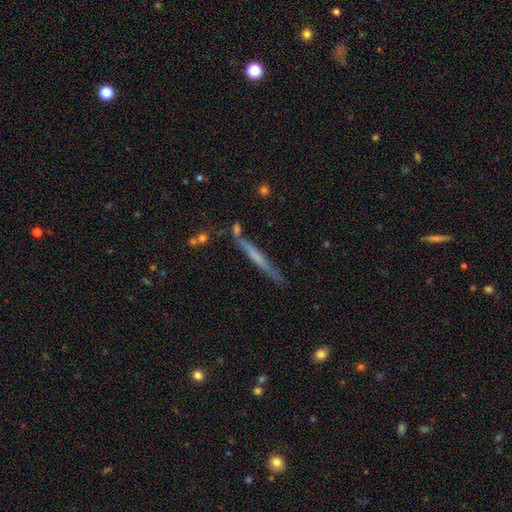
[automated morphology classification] smooth-or-featured: featured or disk: 53% | smooth: 39% | star or artifact: 8%
  disk-edge-on: yes: 95% | no: 5%
    edge-on-bulge: none: 70% | rounded: 20% | boxy: 10%
  merging: none: 81% | minor disturbance: 12% | merger: 4% | major disturbance: 3%